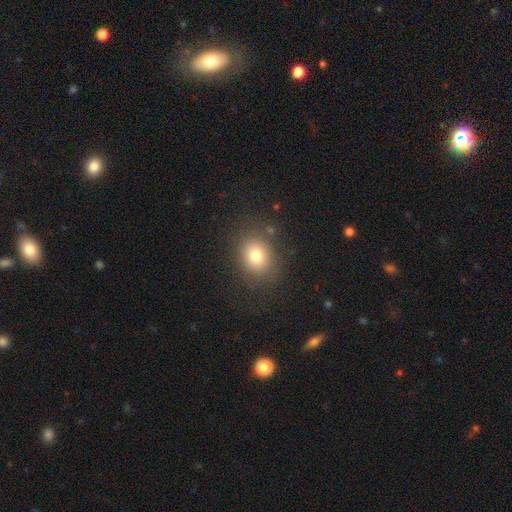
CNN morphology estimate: Q: Smooth or featured?
A: smooth (79%); runner-up: star or artifact (12%)
Q: How rounded?
A: round (56%); runner-up: in between (43%)
Q: Merging?
A: none (82%); runner-up: minor disturbance (11%)